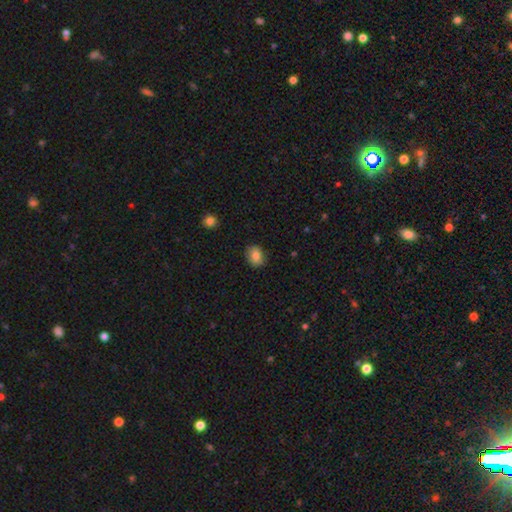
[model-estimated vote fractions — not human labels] smooth-or-featured: smooth: 83% | star or artifact: 9% | featured or disk: 8%
  how-rounded: in between: 54% | round: 45% | cigar-shaped: 1%
  merging: none: 83% | minor disturbance: 13% | major disturbance: 3% | merger: 1%